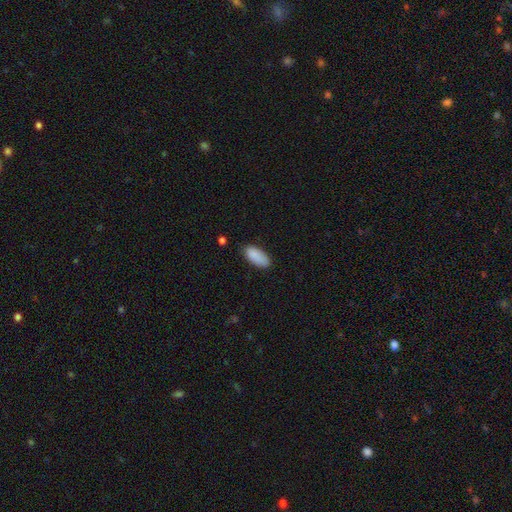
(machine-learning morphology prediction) smooth-or-featured: smooth: 89% | star or artifact: 7% | featured or disk: 5%
  how-rounded: in between: 89% | cigar-shaped: 9% | round: 2%
  merging: none: 78% | minor disturbance: 17% | major disturbance: 3% | merger: 2%